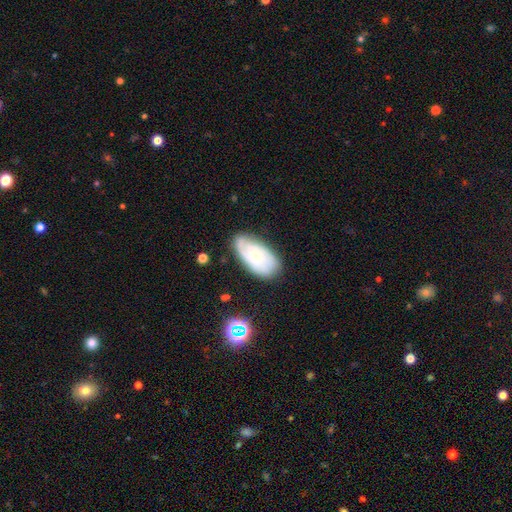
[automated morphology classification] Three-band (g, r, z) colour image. It shows a featured or disk galaxy (56%) with no bar (78%), spiral arms (81%) and a small central bulge (69%). Merging: none (69%).